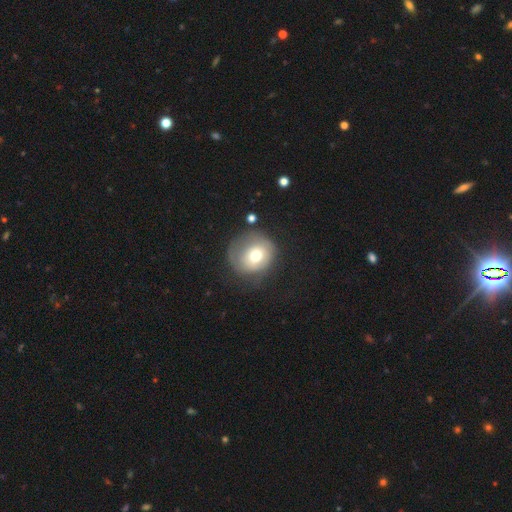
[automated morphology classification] The model was most divided on "merging": none: 48%, minor disturbance: 28%, major disturbance: 21%, merger: 3%. More confident: how rounded — round (84%); smooth or featured — smooth (64%).